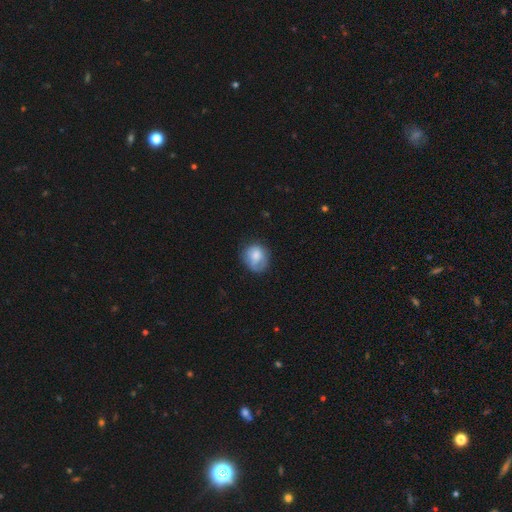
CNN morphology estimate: A smooth galaxy with no disk features (73%) that is round (67%).

Vote fractions:
- Smooth or featured? smooth: 73% / featured or disk: 20% / star or artifact: 8%
- How rounded? round: 67% / in between: 32% / cigar-shaped: 1%
- Merging? none: 58% / minor disturbance: 28% / major disturbance: 12% / merger: 2%